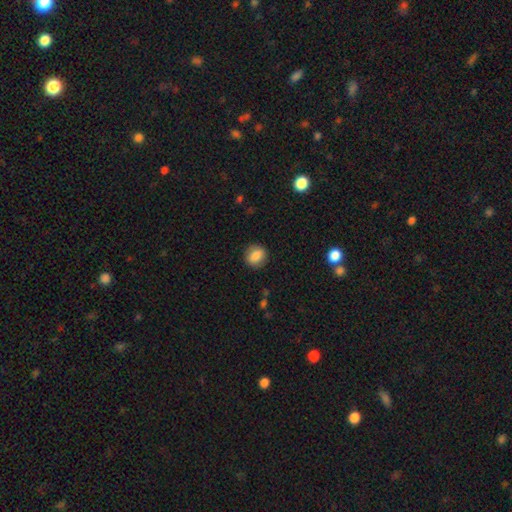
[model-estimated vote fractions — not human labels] A smooth galaxy with no disk features (84%) that is round (69%). Merging: none (88%).